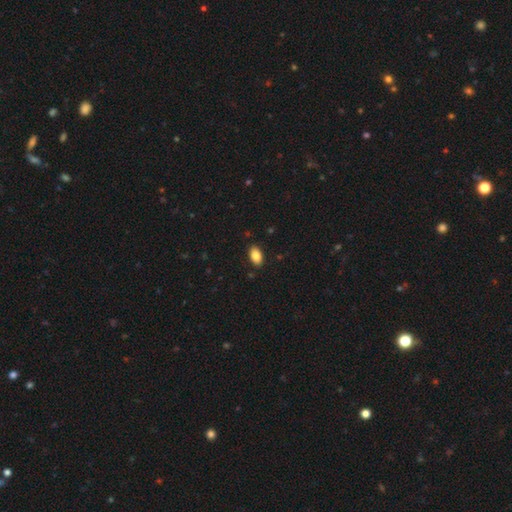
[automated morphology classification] Smooth or featured? smooth (85%)
How rounded? in between (93%)
Merging? none (89%)